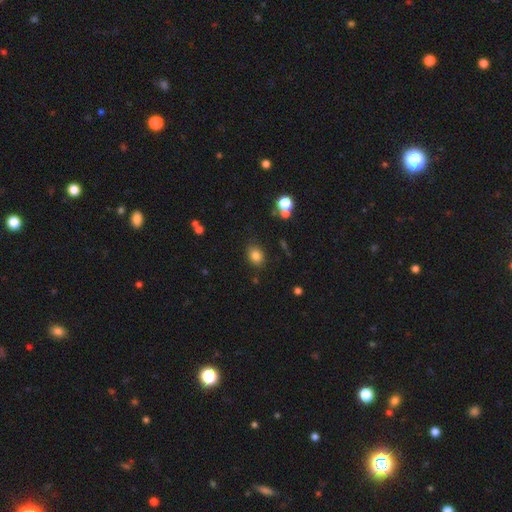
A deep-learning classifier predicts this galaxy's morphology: Smooth or featured? Predicted: smooth (p=0.82). How rounded? Predicted: in between (p=0.56). Merging? Predicted: none (p=0.82).